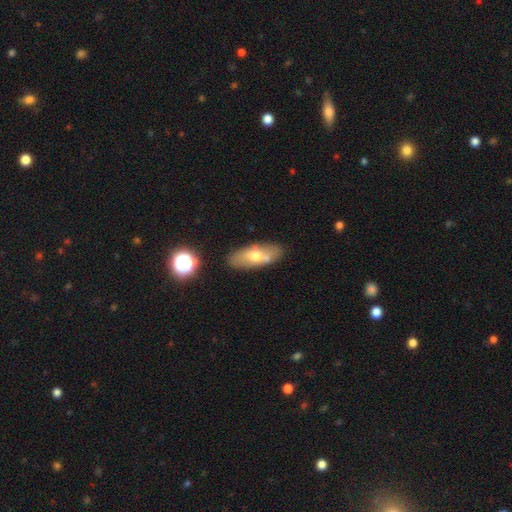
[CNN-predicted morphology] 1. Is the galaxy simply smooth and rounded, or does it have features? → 57% smooth, 34% featured or disk, 8% star or artifact.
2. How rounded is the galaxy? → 76% in between, 20% cigar-shaped, 4% round.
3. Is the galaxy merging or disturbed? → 74% none, 14% minor disturbance, 9% merger, 4% major disturbance.